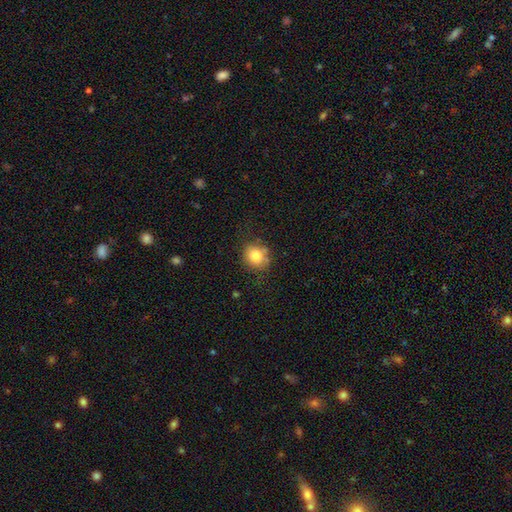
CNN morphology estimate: type=smooth (80%); roundness=round (77%); merging=none (75%).